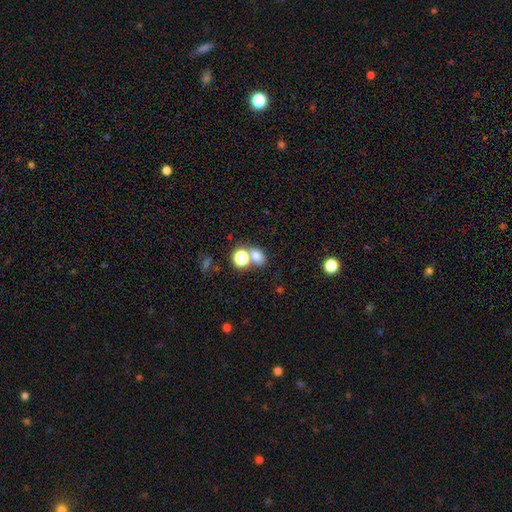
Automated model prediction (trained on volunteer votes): This appears to be a smooth galaxy with no disk features (71%) that is in between round and cigar-shaped (54%). Merging: none (52%).